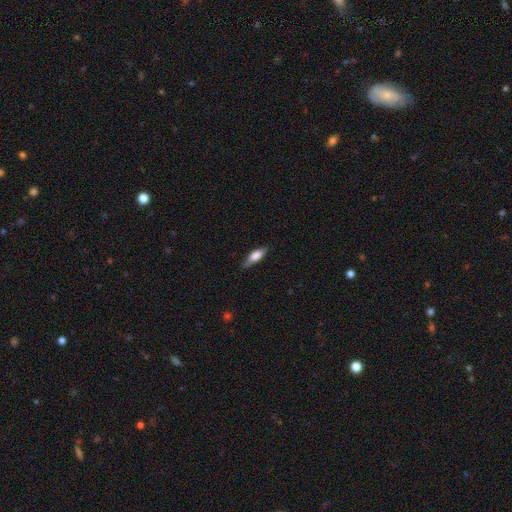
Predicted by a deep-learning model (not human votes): This is likely a smooth galaxy (62%). How rounded: possibly in between (57%). Merging: likely none (74%).